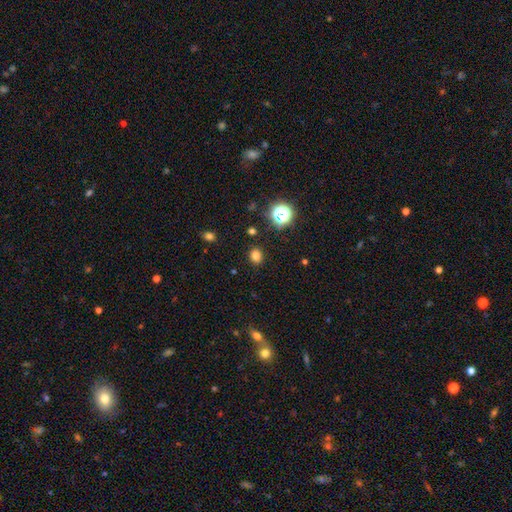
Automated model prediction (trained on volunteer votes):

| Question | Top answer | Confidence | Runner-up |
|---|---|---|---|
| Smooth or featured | smooth | 77% | star or artifact (18%) |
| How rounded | round | 64% | in between (35%) |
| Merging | none | 88% | minor disturbance (8%) |